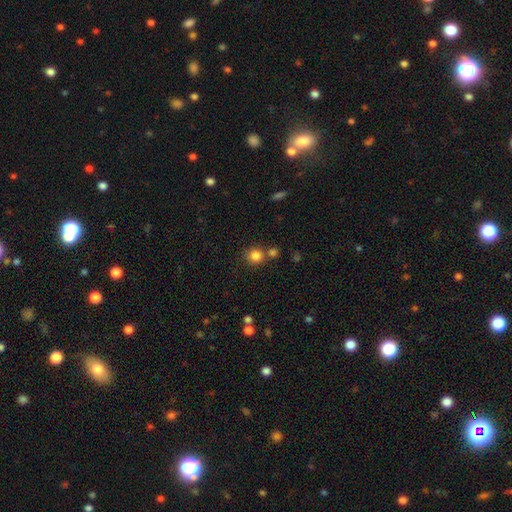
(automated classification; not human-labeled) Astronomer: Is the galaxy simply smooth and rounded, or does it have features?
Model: smooth — 83%.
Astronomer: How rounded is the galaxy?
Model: round — 90%.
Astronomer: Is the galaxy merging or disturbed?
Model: none — 70%.